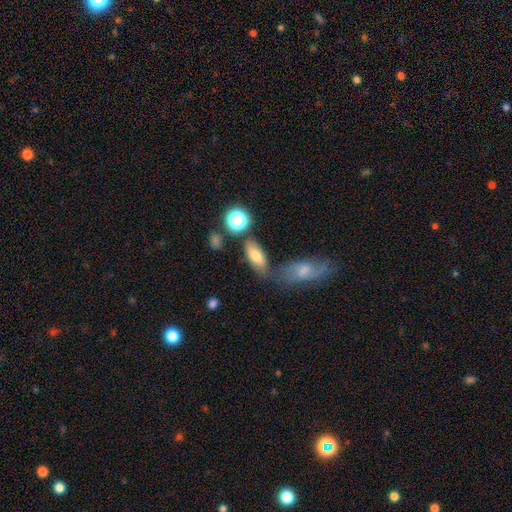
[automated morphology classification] type=smooth (72%); roundness=in between (81%); merging=none (60%).